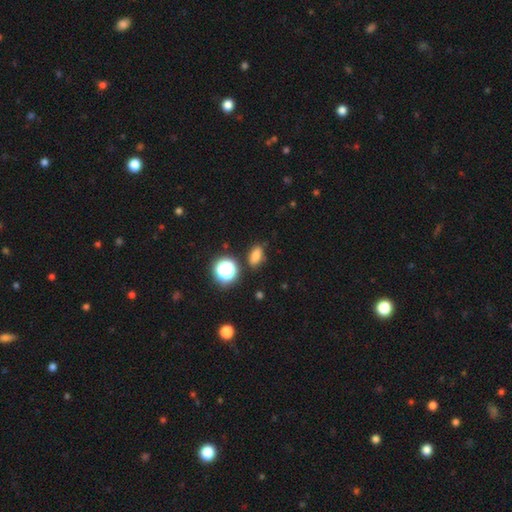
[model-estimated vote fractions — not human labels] smooth_or_featured: smooth (p=0.75) [alt: star or artifact p=0.18]
how_rounded: in between (p=0.76) [alt: round p=0.18]
merging: none (p=0.80) [alt: minor disturbance p=0.13]